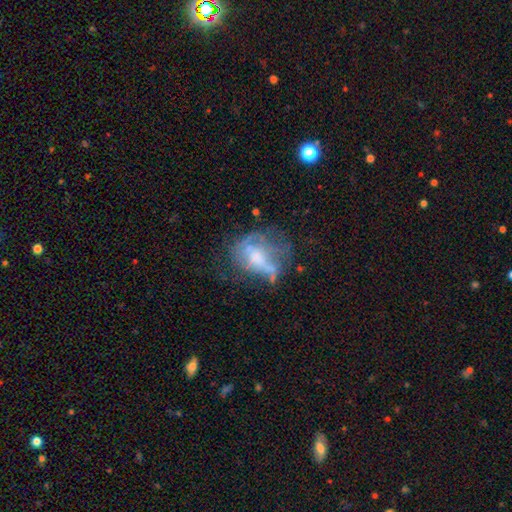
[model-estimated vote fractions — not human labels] This is possibly a featured or disk galaxy (55%). It is clearly not viewed edge-on (95%). Bar: likely no (74%). Spiral arm pattern: likely no (77%). Central bulge: marginally moderate (34%). Merging: marginally major disturbance (36%).